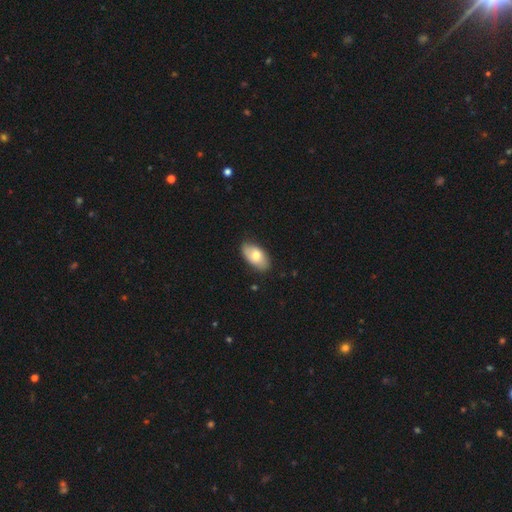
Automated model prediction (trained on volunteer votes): This is likely a smooth galaxy (71%). How rounded: clearly in between (94%). Merging: clearly none (81%).